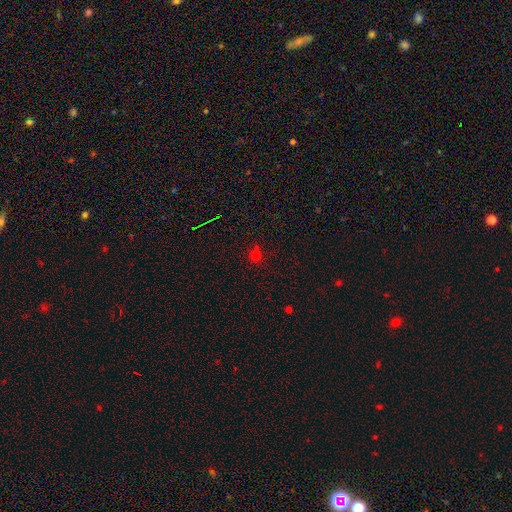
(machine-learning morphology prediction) Smooth or featured? smooth (61%)
How rounded? round (91%)
Merging? none (77%)